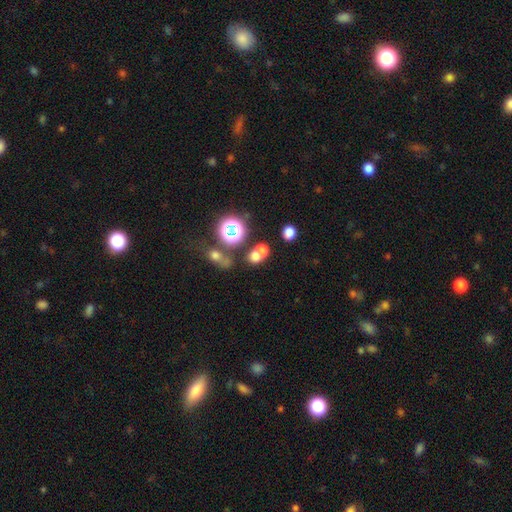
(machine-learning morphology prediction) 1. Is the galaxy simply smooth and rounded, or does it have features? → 64% smooth, 23% star or artifact, 14% featured or disk.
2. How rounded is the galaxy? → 65% round, 33% in between, 2% cigar-shaped.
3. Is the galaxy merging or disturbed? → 47% merger, 39% none, 8% minor disturbance, 5% major disturbance.